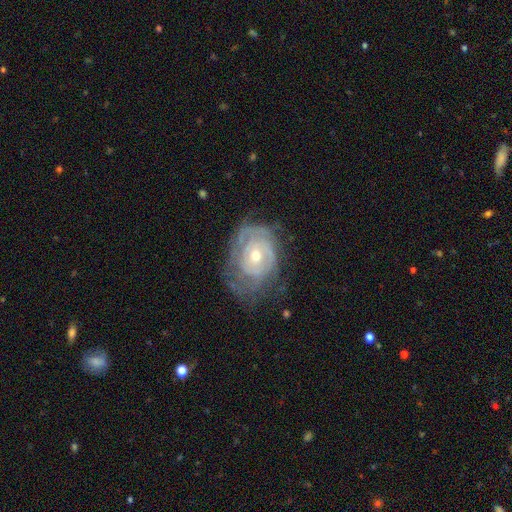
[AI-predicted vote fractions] Smooth or featured? featured or disk (79%)
Edge-on disk? no (96%)
Bar? no (78%)
Spiral arms? yes (83%)
Spiral winding? tight (72%)
Spiral arm count? can't tell (51%)
Bulge size? moderate (55%)
Merging? none (55%)